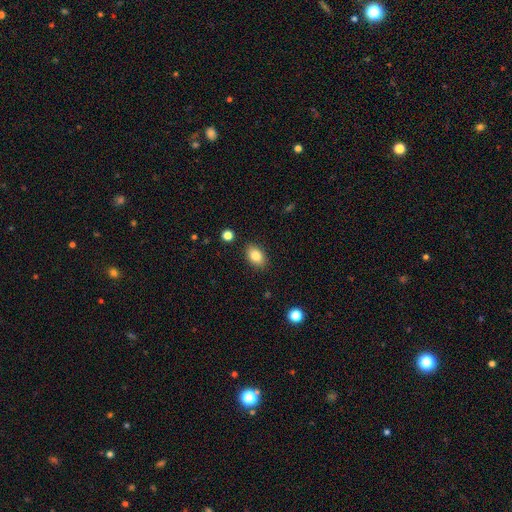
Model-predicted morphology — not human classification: This appears to be a smooth galaxy with no disk features (83%) that is in between round and cigar-shaped (86%). Merging: none (87%).